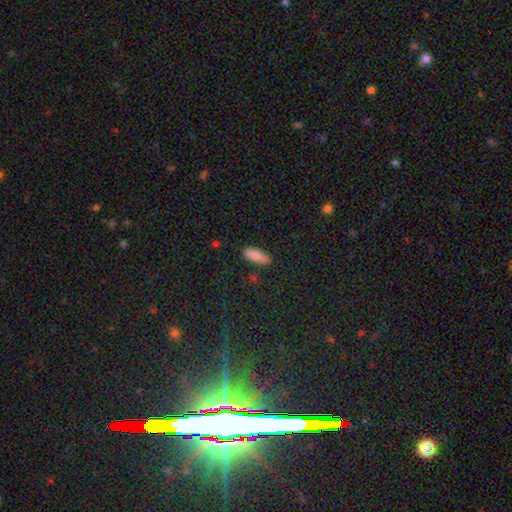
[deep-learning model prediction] smooth 85%, star or artifact 8%, featured or disk 7%. Down the decision tree: how rounded — in between (79%); merging — none (78%).